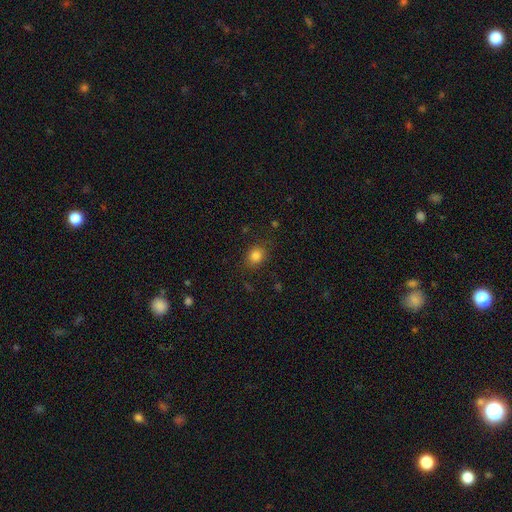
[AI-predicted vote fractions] Morphology: type=smooth (82%); roundness=round (63%); merging=none (83%).